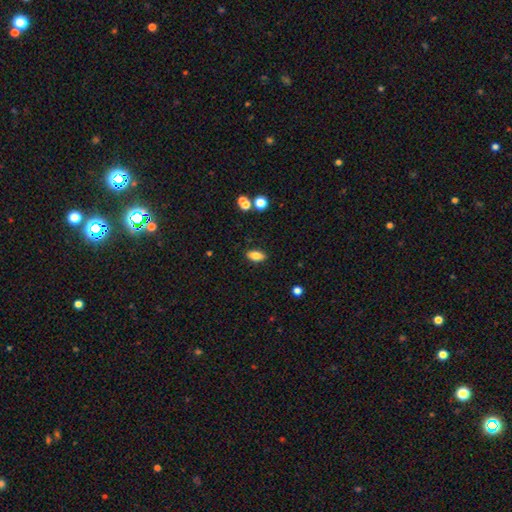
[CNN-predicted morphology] smooth 80%, featured or disk 11%, star or artifact 9%. Down the decision tree: how rounded — in between (86%); merging — none (87%).